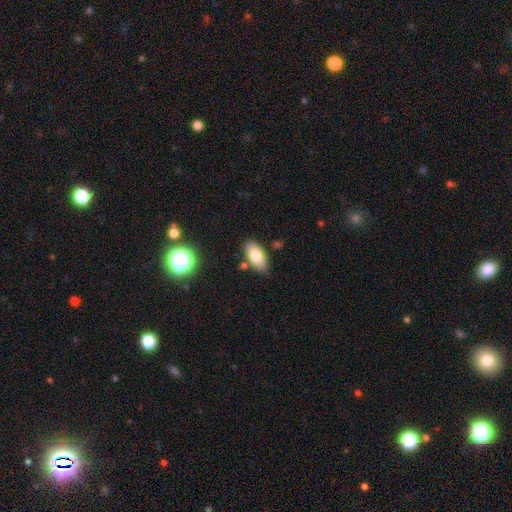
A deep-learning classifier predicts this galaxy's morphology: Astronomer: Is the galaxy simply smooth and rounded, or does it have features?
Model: smooth — 77%.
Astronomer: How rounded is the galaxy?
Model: in between — 92%.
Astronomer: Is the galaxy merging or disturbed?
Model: none — 79%.